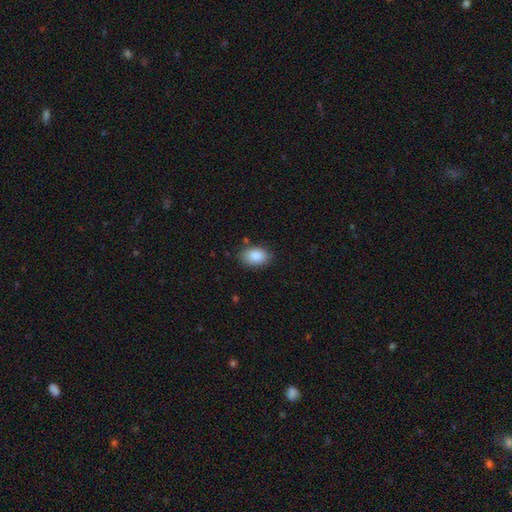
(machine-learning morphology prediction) Overall: smooth (88%). How rounded: in between (87%). Merging: none (81%).